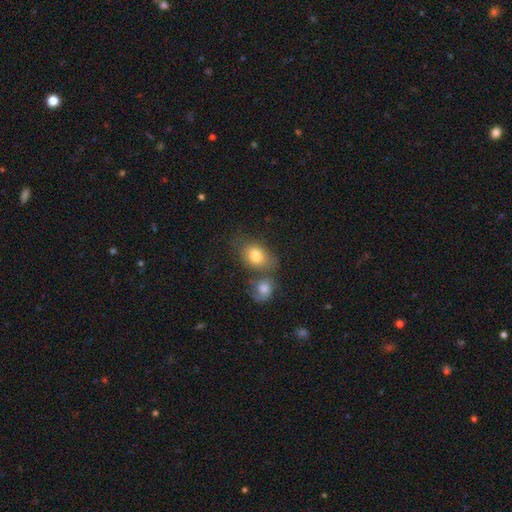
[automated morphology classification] type=smooth (79%); roundness=in between (63%); merging=none (42%).